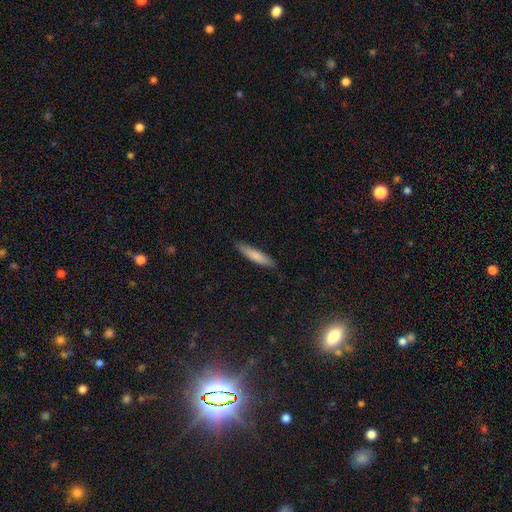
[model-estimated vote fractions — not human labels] Smooth or featured? Predicted: smooth (p=0.80). How rounded? Predicted: cigar-shaped (p=0.86). Merging? Predicted: none (p=0.87).